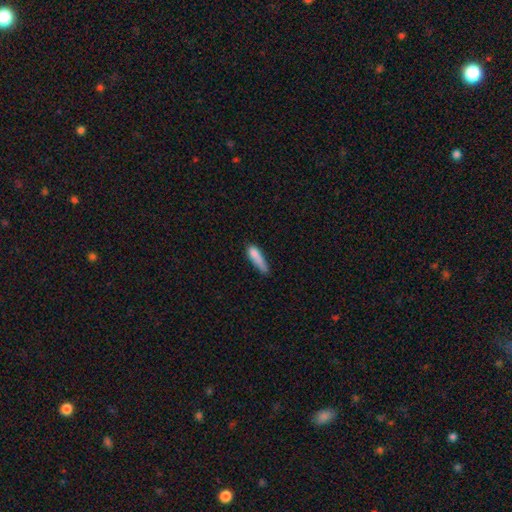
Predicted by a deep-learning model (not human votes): Smooth or featured? Predicted: smooth (p=0.80). How rounded? Predicted: cigar-shaped (p=0.70). Merging? Predicted: none (p=0.44).